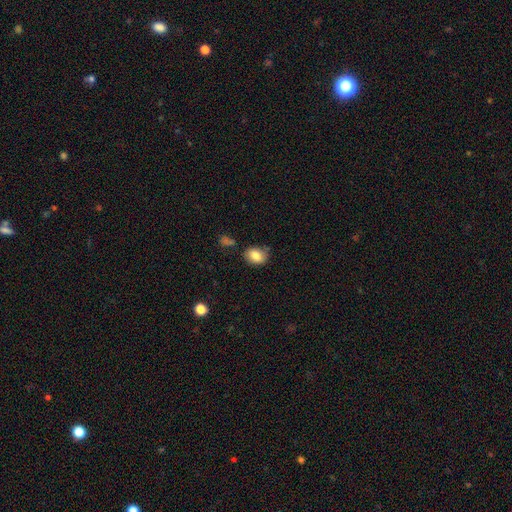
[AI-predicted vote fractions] Smooth or featured?
  - smooth: 82% *
  - featured or disk: 9%
  - star or artifact: 9%
How rounded?
  - in between: 63% *
  - round: 35%
  - cigar-shaped: 1%
Merging?
  - none: 69% *
  - minor disturbance: 21%
  - merger: 5%
  - major disturbance: 5%